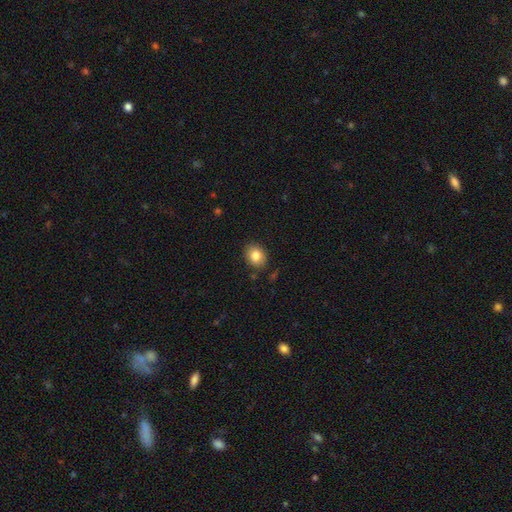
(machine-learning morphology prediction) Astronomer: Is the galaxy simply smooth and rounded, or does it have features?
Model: smooth — 83%.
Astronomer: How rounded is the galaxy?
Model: round — 53% (runner-up: in between, 46%).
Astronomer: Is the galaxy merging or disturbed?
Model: none — 86%.